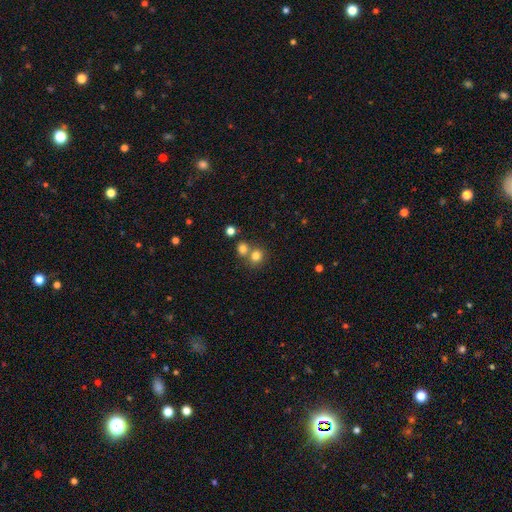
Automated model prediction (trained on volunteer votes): Q: Smooth or featured?
A: smooth (78%); runner-up: star or artifact (14%)
Q: How rounded?
A: round (79%); runner-up: in between (20%)
Q: Merging?
A: none (50%); runner-up: merger (40%)